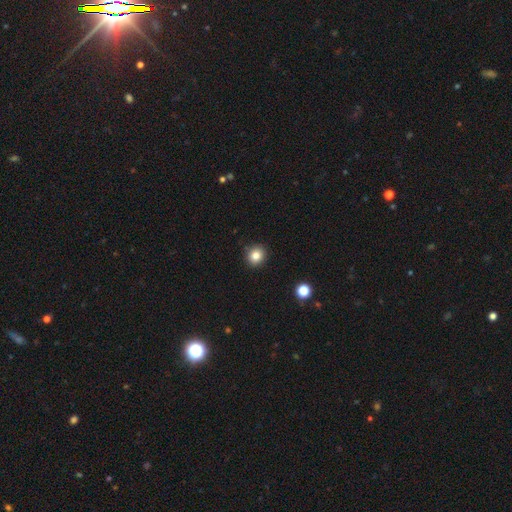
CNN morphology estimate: Smooth or featured?
  - smooth: 83% *
  - star or artifact: 11%
  - featured or disk: 6%
How rounded?
  - round: 81% *
  - in between: 18%
  - cigar-shaped: 1%
Merging?
  - none: 89% *
  - minor disturbance: 7%
  - major disturbance: 2%
  - merger: 1%